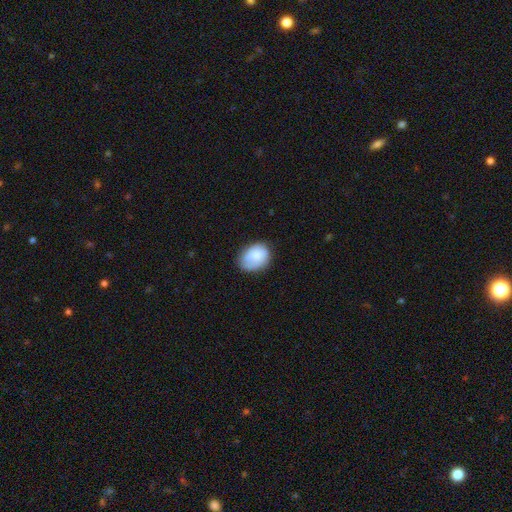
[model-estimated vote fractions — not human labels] Q: Smooth or featured?
A: smooth (75%); runner-up: featured or disk (18%)
Q: How rounded?
A: in between (59%); runner-up: round (40%)
Q: Merging?
A: none (61%); runner-up: minor disturbance (28%)